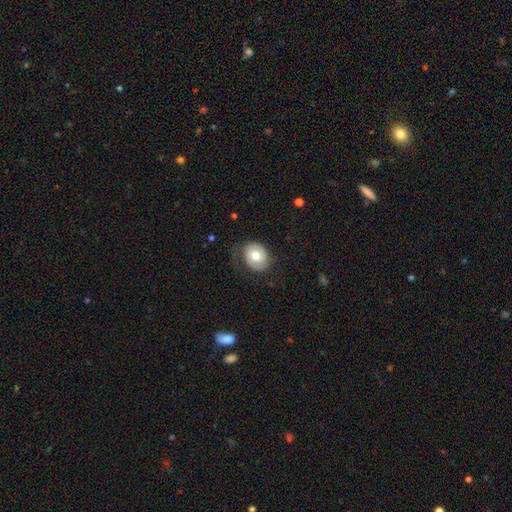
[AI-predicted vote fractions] Q: Smooth or featured?
A: featured or disk (49%); runner-up: smooth (44%)
Q: Merging?
A: none (65%); runner-up: minor disturbance (23%)